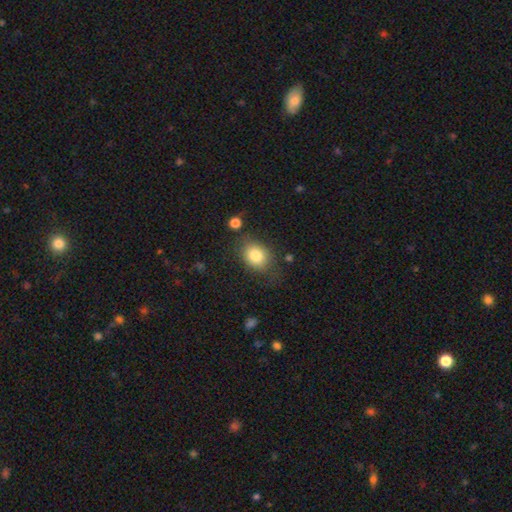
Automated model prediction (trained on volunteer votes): smooth_or_featured: smooth (p=0.81) [alt: featured or disk p=0.10]
how_rounded: in between (p=0.63) [alt: round p=0.36]
merging: none (p=0.67) [alt: minor disturbance p=0.20]